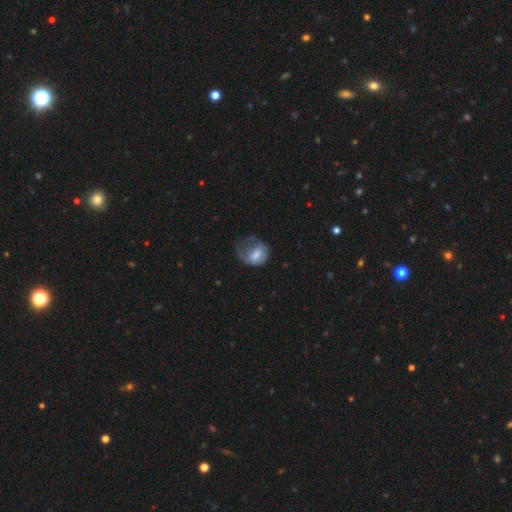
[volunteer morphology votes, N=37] Volunteers were most divided on "smooth or featured": smooth: 62%, featured or disk: 30%, star or artifact: 8%. More confident: merging — major disturbance (71%); how rounded — in between (70%).